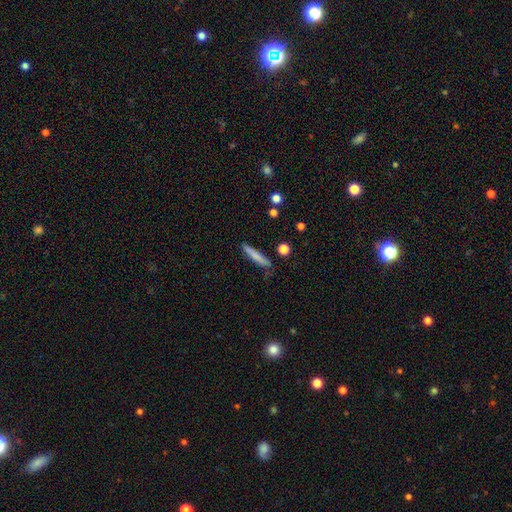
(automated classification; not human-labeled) Morphology: type=smooth (73%); roundness=cigar-shaped (92%); merging=none (79%).